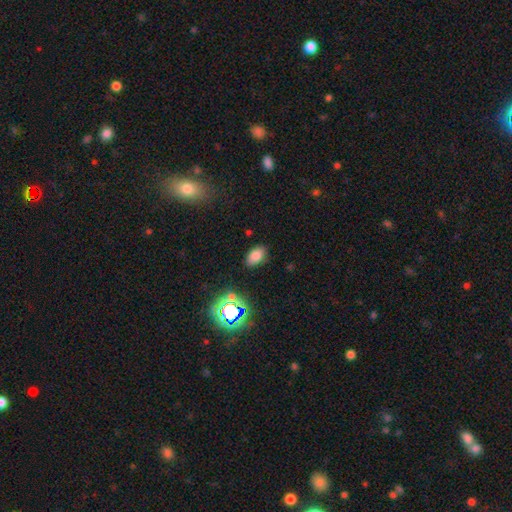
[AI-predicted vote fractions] smooth_or_featured: smooth (p=0.77) [alt: star or artifact p=0.16]
how_rounded: in between (p=0.90) [alt: round p=0.09]
merging: none (p=0.84) [alt: minor disturbance p=0.11]